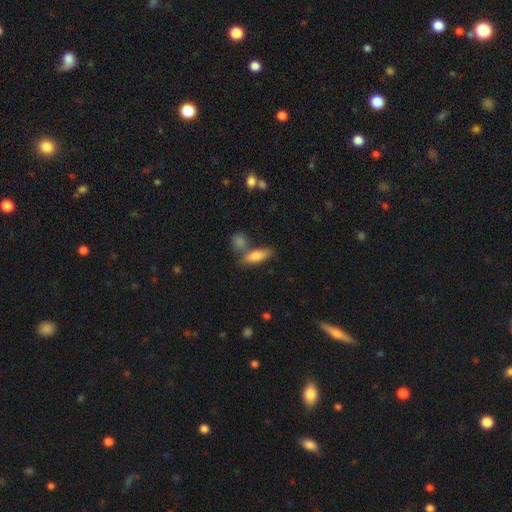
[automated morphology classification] Smooth or featured: smooth — 77% (featured or disk — 15%)
How rounded: in between — 72% (cigar-shaped — 24%)
Merging: none — 54% (merger — 29%)